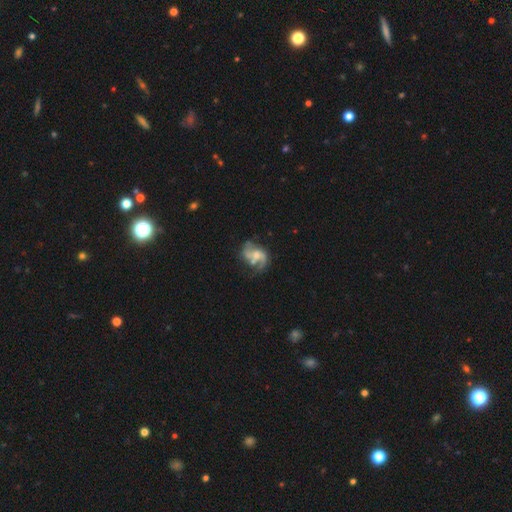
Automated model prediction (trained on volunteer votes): Overall: featured or disk (80%). Edge-on disk: no (98%). Bar: no (49%; weak 41%). Spiral arms: yes (92%). Spiral arm count: 2 (79%). Spiral winding: loose (50%; medium 40%). Bulge size: moderate (41%; small 32%). Merging: none (57%; minor disturbance 21%).